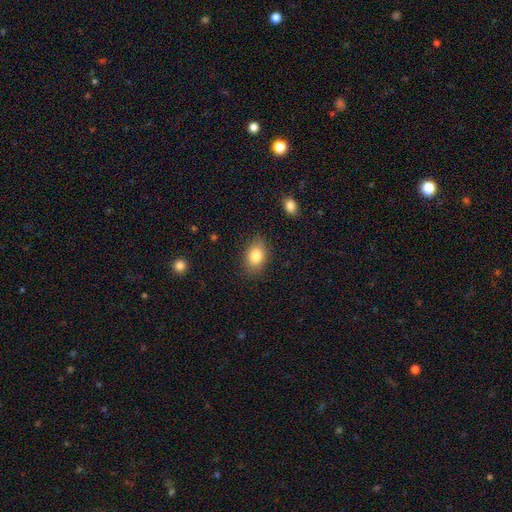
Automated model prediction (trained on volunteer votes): A smooth galaxy with no disk features (83%) that is in between round and cigar-shaped (81%). Merging: none (84%).